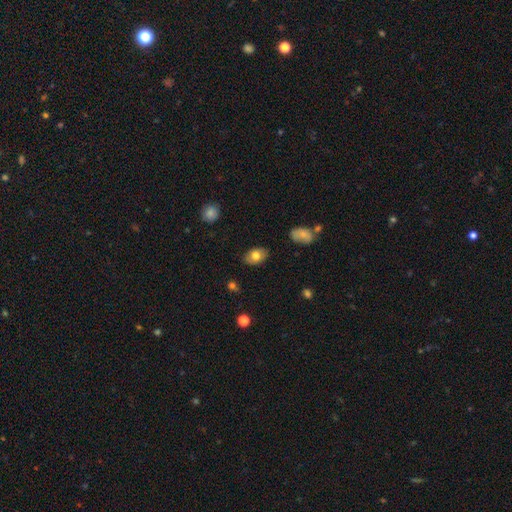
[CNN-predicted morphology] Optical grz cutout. It shows a smooth galaxy with no disk features (76%) that is in between round and cigar-shaped (85%). Merging: none (85%).